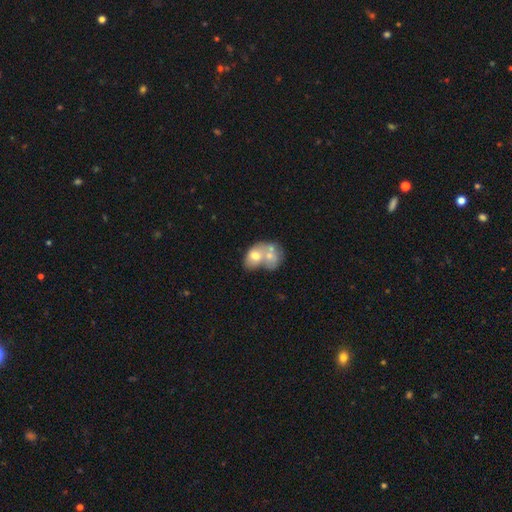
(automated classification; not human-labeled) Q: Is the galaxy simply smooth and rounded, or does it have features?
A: smooth — 58%.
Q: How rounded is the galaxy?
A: in between — 64%.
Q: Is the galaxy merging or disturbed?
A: merger — 76%.